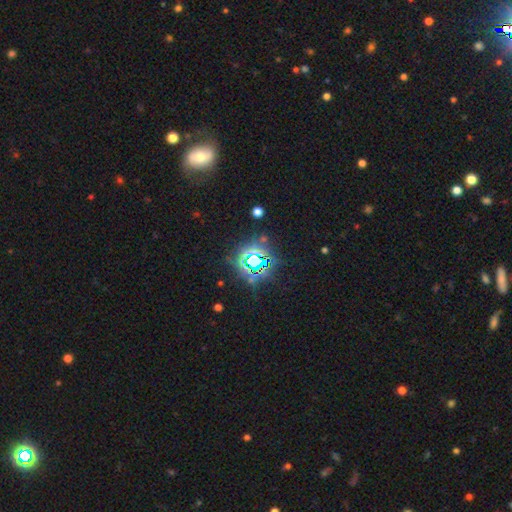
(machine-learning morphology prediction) smooth_or_featured: star or artifact (p=0.79) [alt: smooth p=0.12]